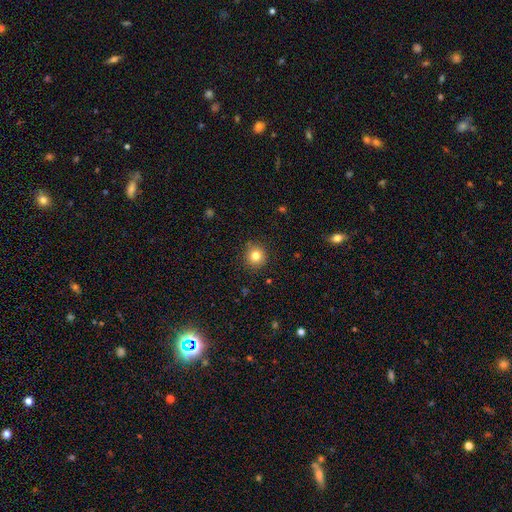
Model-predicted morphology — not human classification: The model was most divided on "smooth or featured": smooth: 81%, star or artifact: 12%, featured or disk: 7%. More confident: how rounded — round (91%); merging — none (88%).